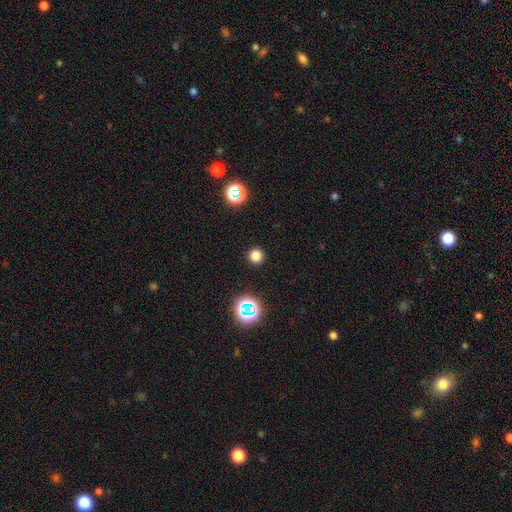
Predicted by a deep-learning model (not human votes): The model was most divided on "smooth or featured": smooth: 78%, star or artifact: 18%, featured or disk: 4%. More confident: how rounded — round (95%); merging — none (92%).